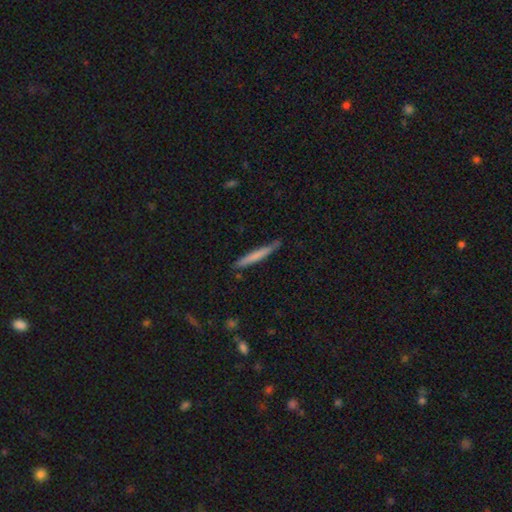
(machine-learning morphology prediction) smooth 68%, featured or disk 27%, star or artifact 6%. Down the decision tree: how rounded — cigar-shaped (96%); merging — none (80%).